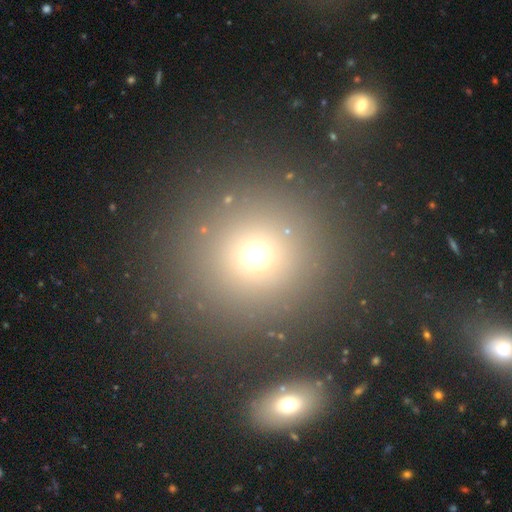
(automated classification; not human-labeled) Morphology: type=smooth (69%); roundness=round (92%); merging=none (80%).